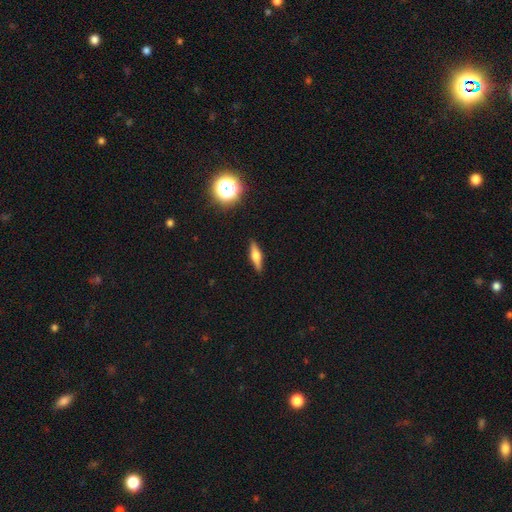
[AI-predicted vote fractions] A featured or disk galaxy (52%) viewed edge-on (94%).

Vote fractions:
- Smooth or featured? featured or disk: 52% / smooth: 39% / star or artifact: 9%
- Edge-on disk? yes: 94% / no: 6%
- Merging? none: 89% / minor disturbance: 8% / major disturbance: 2% / merger: 1%